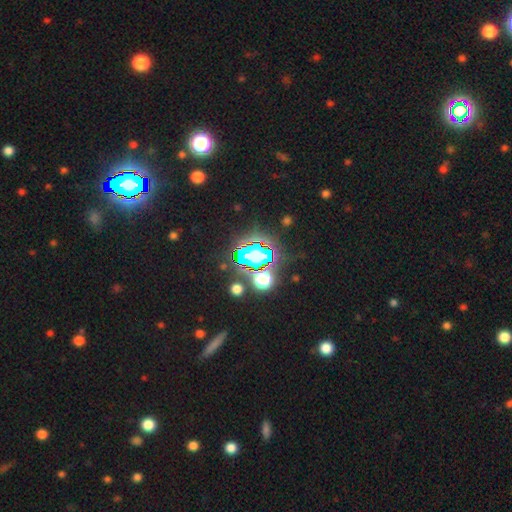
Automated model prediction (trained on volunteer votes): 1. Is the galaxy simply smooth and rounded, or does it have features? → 67% star or artifact, 22% smooth, 11% featured or disk.